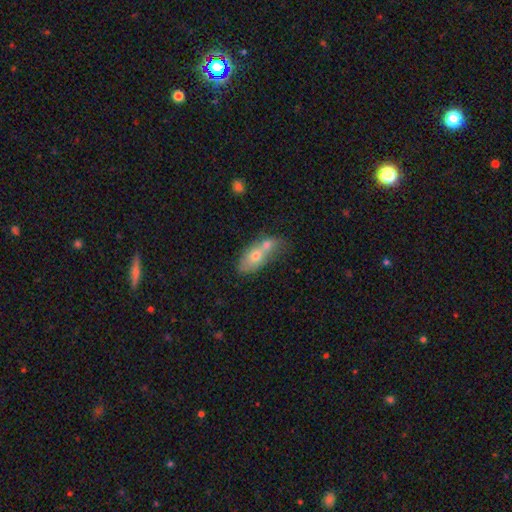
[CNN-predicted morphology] Smooth or featured?
  - smooth: 62% *
  - featured or disk: 29%
  - star or artifact: 8%
How rounded?
  - in between: 78% *
  - cigar-shaped: 11%
  - round: 11%
Merging?
  - merger: 63% *
  - none: 21%
  - minor disturbance: 10%
  - major disturbance: 5%